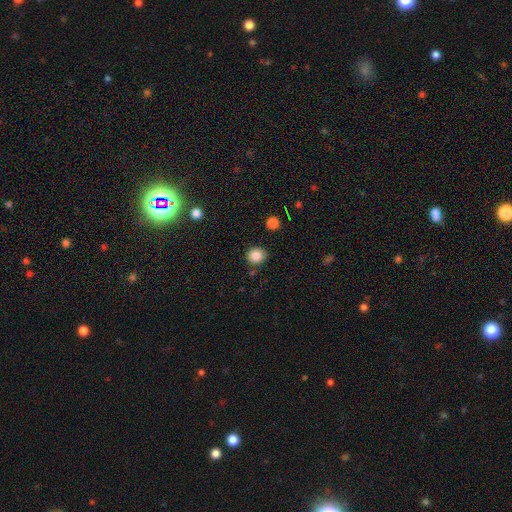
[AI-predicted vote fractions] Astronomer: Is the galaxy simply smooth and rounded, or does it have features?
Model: smooth — 86%.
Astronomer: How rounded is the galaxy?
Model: round — 84%.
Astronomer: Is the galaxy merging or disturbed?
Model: none — 84%.